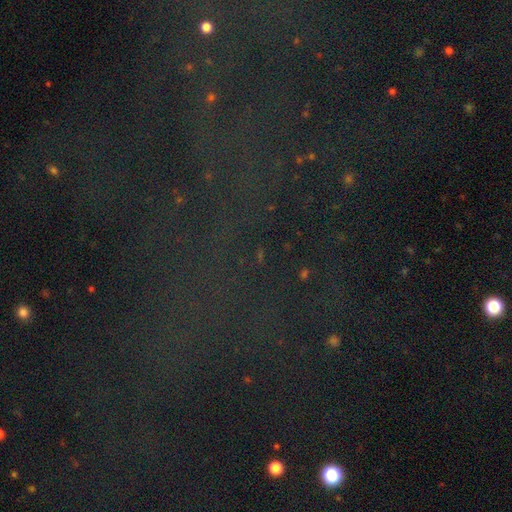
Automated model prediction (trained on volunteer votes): This appears to be a star or artifact, not a galaxy (78%).